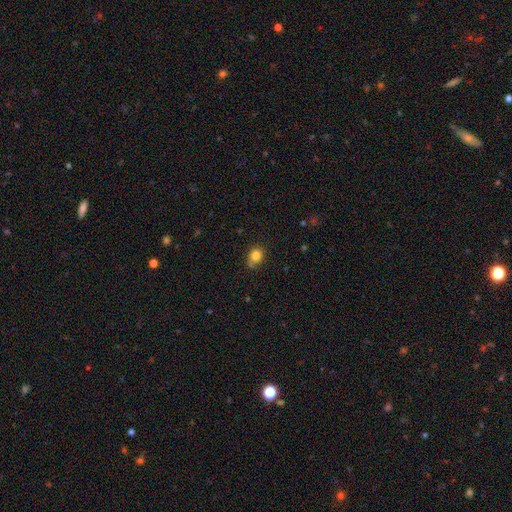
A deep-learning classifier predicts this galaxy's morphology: type=smooth (81%); roundness=round (76%); merging=none (68%).